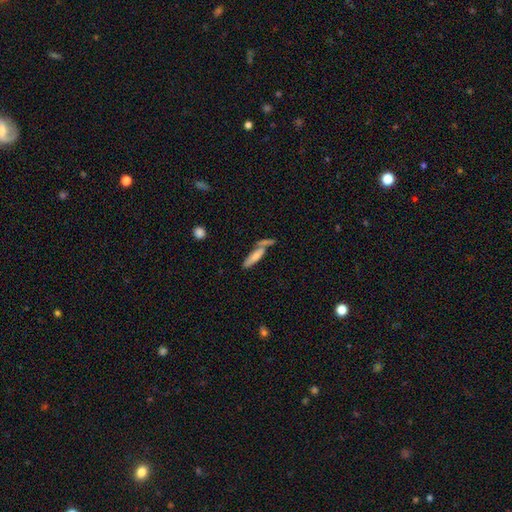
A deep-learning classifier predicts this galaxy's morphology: smooth-or-featured: smooth: 70% | featured or disk: 22% | star or artifact: 7%
  how-rounded: cigar-shaped: 65% | in between: 33% | round: 2%
  merging: none: 47% | merger: 32% | minor disturbance: 15% | major disturbance: 7%